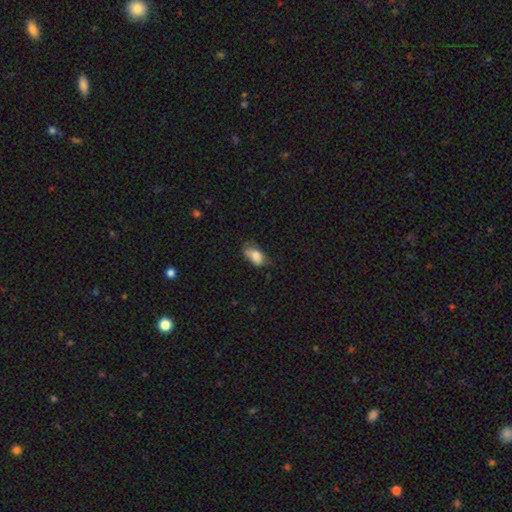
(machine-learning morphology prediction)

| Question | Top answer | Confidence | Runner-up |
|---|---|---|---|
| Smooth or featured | smooth | 78% | featured or disk (13%) |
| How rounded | in between | 89% | round (8%) |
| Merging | none | 48% | minor disturbance (37%) |